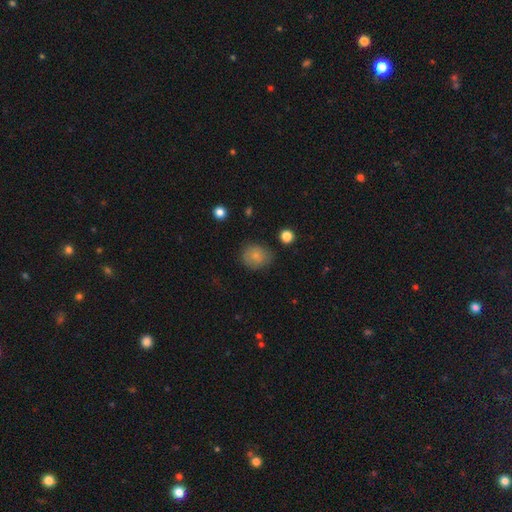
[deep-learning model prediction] Smooth or featured? Predicted: smooth (p=0.78). How rounded? Predicted: round (p=0.68). Merging? Predicted: none (p=0.71).